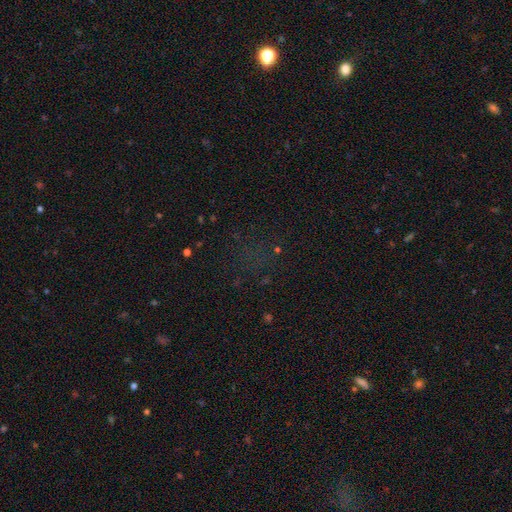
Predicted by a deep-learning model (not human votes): This appears to be a star or artifact, not a galaxy (60%).